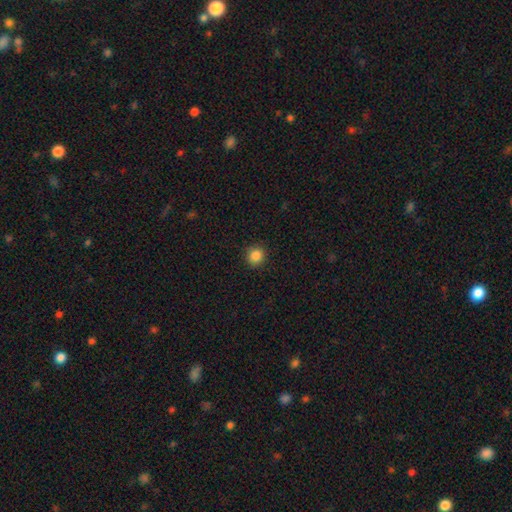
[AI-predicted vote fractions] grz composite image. It shows a smooth galaxy with no disk features (86%) that is round (86%). Merging: none (91%).